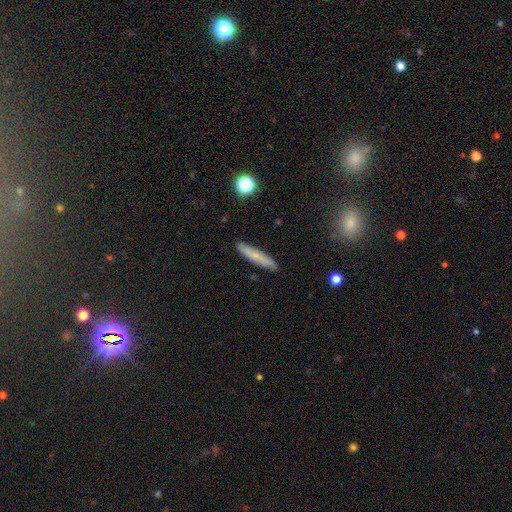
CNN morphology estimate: A smooth galaxy with no disk features (69%) that is cigar-shaped (91%). Merging: none (88%).